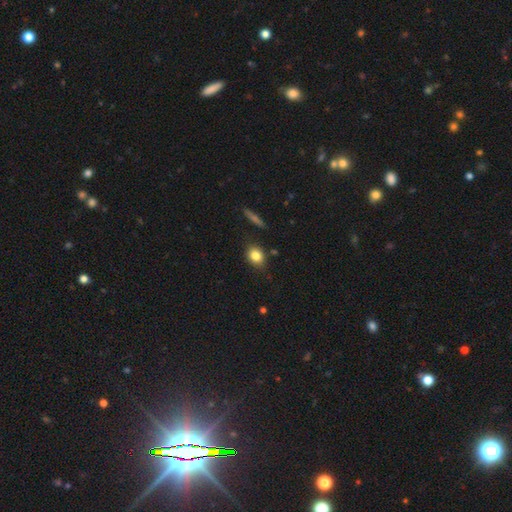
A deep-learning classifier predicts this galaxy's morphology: smooth-or-featured: smooth: 83% | star or artifact: 9% | featured or disk: 8%
  how-rounded: in between: 49% | round: 48% | cigar-shaped: 2%
  merging: none: 83% | minor disturbance: 12% | merger: 3% | major disturbance: 2%